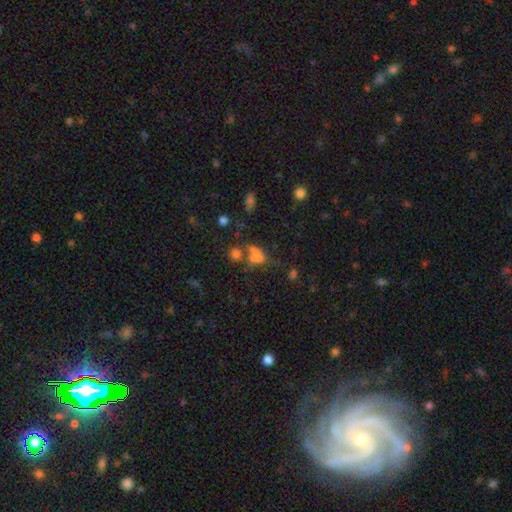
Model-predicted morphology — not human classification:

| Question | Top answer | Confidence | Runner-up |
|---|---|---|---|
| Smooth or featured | smooth | 54% | star or artifact (25%) |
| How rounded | in between | 58% | round (37%) |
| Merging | merger | 41% | none (28%) |